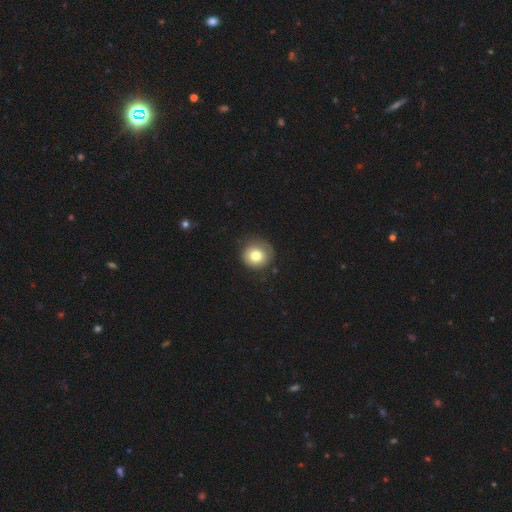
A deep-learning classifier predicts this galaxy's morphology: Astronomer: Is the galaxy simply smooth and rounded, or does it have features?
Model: smooth — 77%.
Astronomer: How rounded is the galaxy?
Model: round — 92%.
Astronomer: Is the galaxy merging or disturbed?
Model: none — 82%.